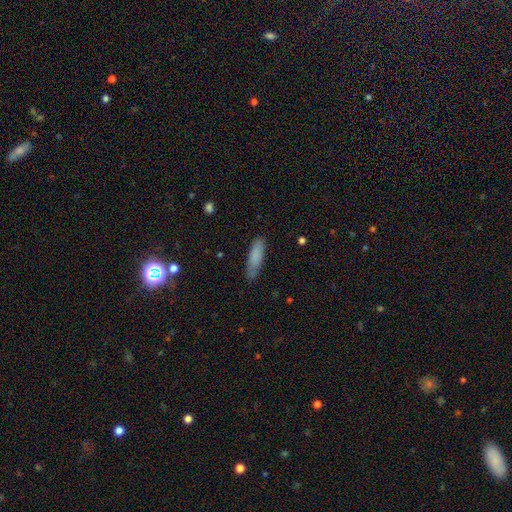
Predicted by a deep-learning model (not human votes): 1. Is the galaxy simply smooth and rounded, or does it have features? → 82% smooth, 11% featured or disk, 7% star or artifact.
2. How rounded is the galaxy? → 65% cigar-shaped, 33% in between, 1% round.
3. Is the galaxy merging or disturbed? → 78% none, 17% minor disturbance, 3% major disturbance, 2% merger.